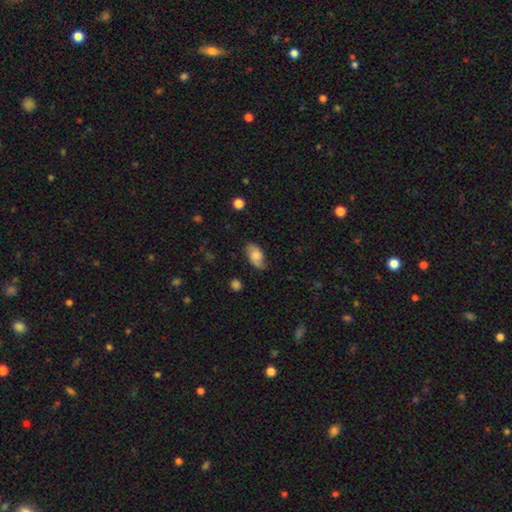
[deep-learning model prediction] Smooth or featured? smooth (53%)
How rounded? in between (90%)
Merging? none (69%)